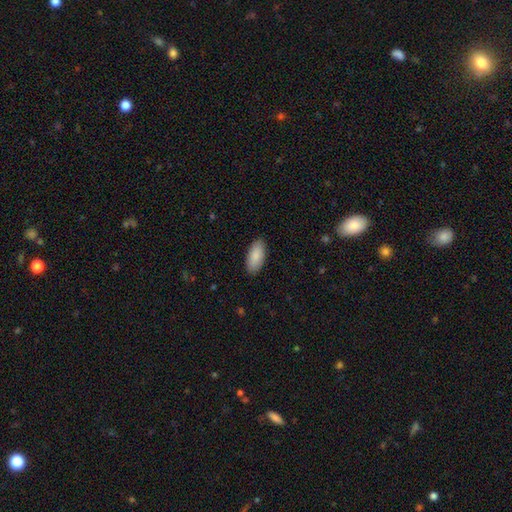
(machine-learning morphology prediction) smooth 89%, featured or disk 6%, star or artifact 6%. Down the decision tree: how rounded — in between (93%); merging — none (88%).